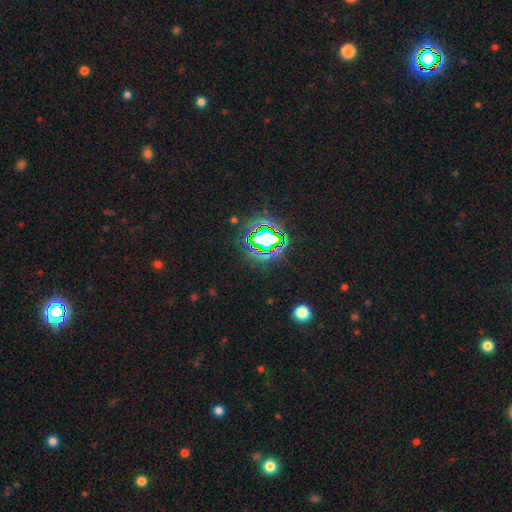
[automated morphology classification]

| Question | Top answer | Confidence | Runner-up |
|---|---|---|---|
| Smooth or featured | star or artifact | 83% | smooth (11%) |